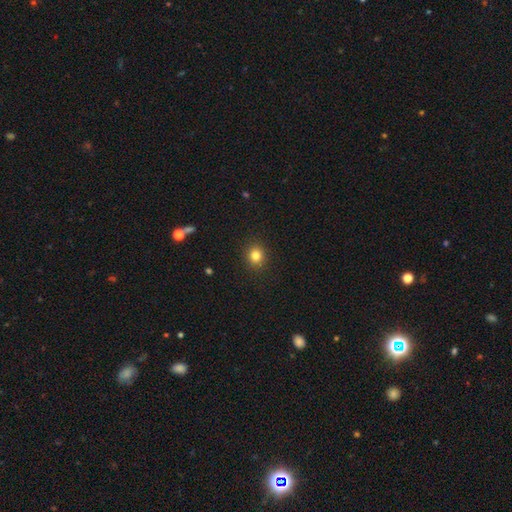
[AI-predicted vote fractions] Smooth or featured?
  - smooth: 82% *
  - star or artifact: 12%
  - featured or disk: 6%
How rounded?
  - round: 82% *
  - in between: 17%
  - cigar-shaped: 1%
Merging?
  - none: 91% *
  - minor disturbance: 6%
  - major disturbance: 2%
  - merger: 1%